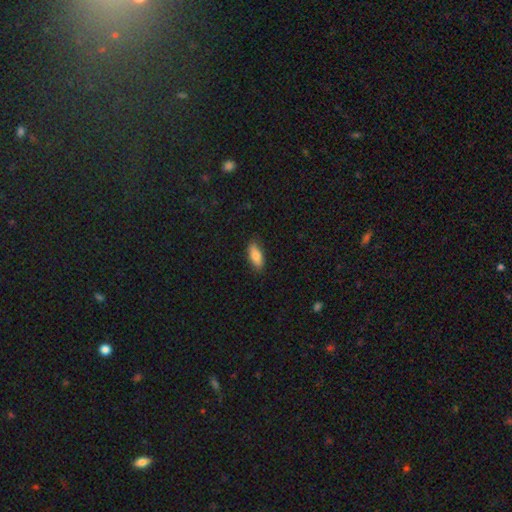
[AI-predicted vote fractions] Q: Smooth or featured?
A: smooth (82%); runner-up: featured or disk (12%)
Q: How rounded?
A: in between (77%); runner-up: cigar-shaped (21%)
Q: Merging?
A: none (85%); runner-up: minor disturbance (12%)